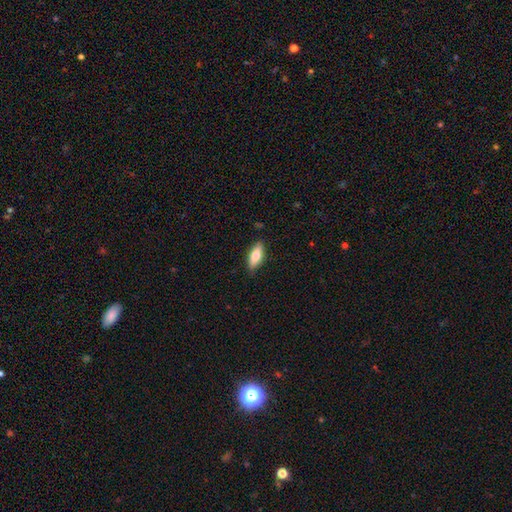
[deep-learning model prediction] Q: Smooth or featured?
A: smooth (71%); runner-up: featured or disk (22%)
Q: How rounded?
A: in between (72%); runner-up: cigar-shaped (25%)
Q: Merging?
A: none (85%); runner-up: minor disturbance (11%)